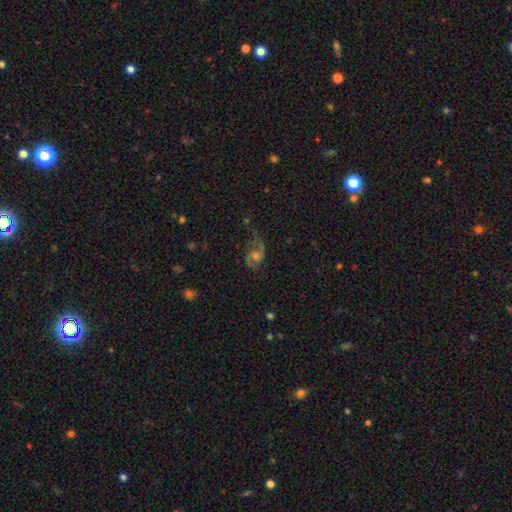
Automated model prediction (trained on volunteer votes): A featured or disk galaxy (76%) with no bar (63%), 2 (86%) medium (45%) spiral arms (94%) and a moderate central bulge (56%). Merging: none (60%).